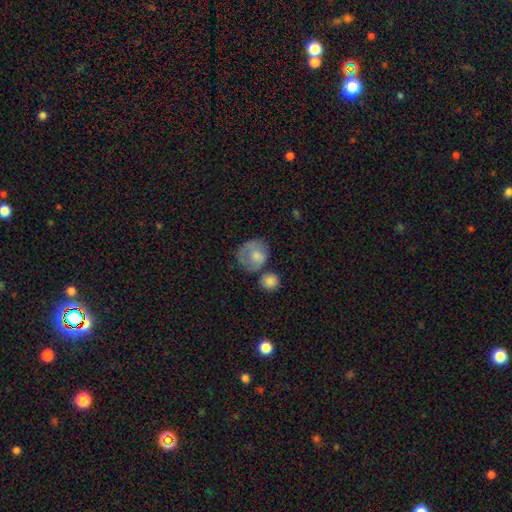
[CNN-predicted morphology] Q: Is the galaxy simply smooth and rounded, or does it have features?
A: smooth — 68%.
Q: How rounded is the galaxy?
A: round — 70%.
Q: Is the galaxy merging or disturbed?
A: none — 47%.